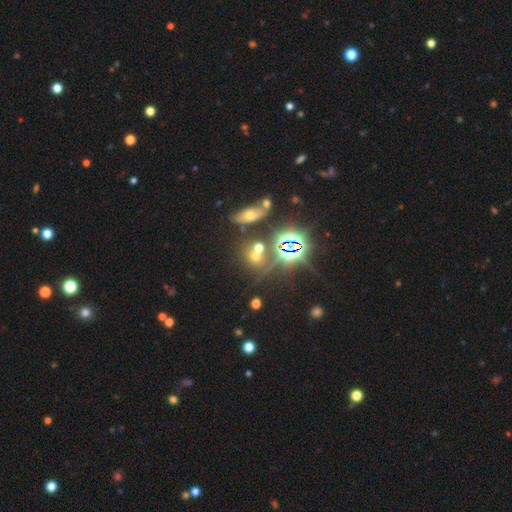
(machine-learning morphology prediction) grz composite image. It shows a star or artifact, not a galaxy (45%).